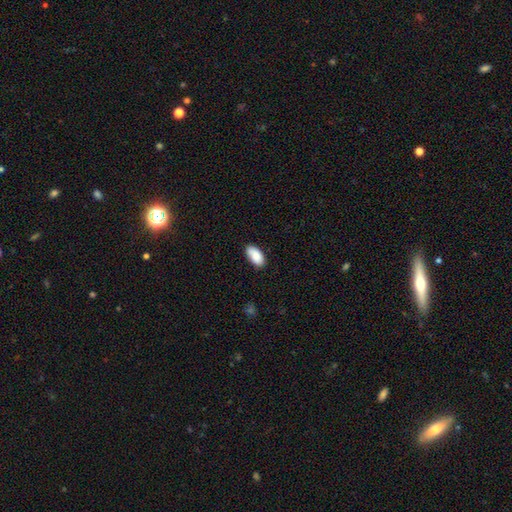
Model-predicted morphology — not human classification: smooth_or_featured: smooth (p=0.85) [alt: featured or disk p=0.08]
how_rounded: in between (p=0.94) [alt: cigar-shaped p=0.03]
merging: none (p=0.79) [alt: minor disturbance p=0.16]